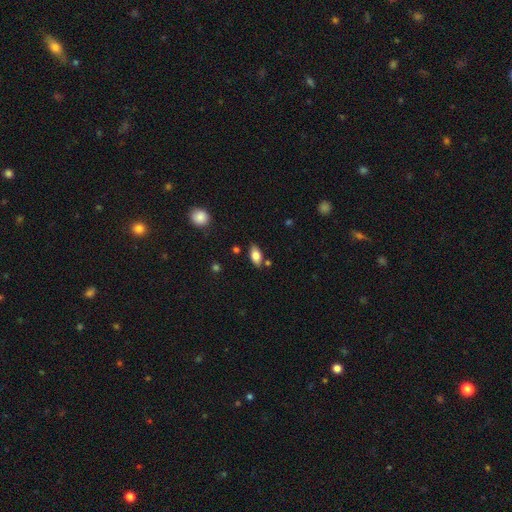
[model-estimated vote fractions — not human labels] Smooth or featured? Predicted: smooth (p=0.78). How rounded? Predicted: in between (p=0.90). Merging? Predicted: none (p=0.78).